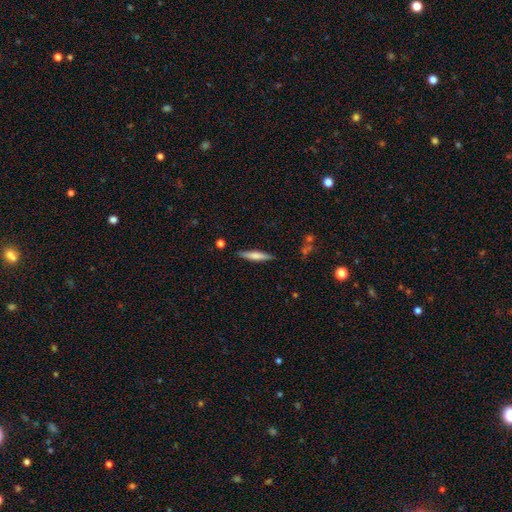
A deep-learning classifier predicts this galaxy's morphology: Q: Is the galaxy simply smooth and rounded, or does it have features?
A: smooth — 63%.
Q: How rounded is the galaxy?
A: cigar-shaped — 87%.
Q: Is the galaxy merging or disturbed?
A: none — 88%.